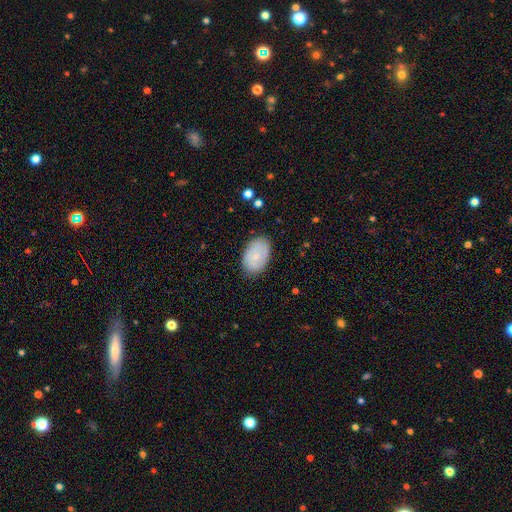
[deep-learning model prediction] smooth_or_featured: smooth (p=0.63) [alt: featured or disk p=0.30]
how_rounded: in between (p=0.89) [alt: round p=0.09]
merging: none (p=0.81) [alt: minor disturbance p=0.14]